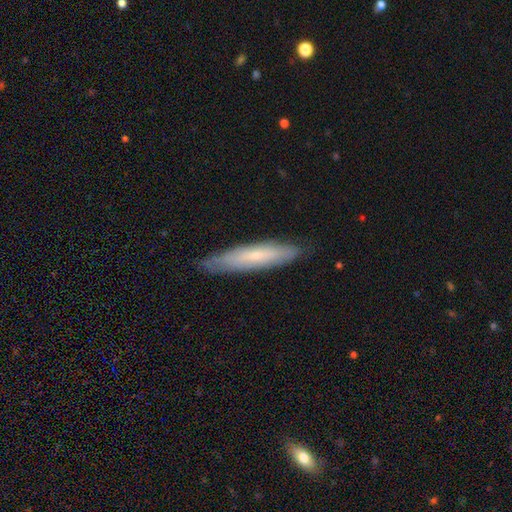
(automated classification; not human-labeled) The model was most divided on "smooth or featured": smooth: 51%, featured or disk: 42%, star or artifact: 7%. More confident: how rounded — cigar-shaped (85%); merging — none (83%).